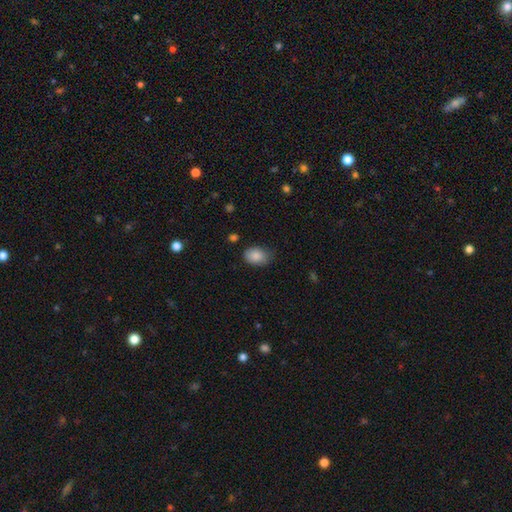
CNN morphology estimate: A smooth galaxy with no disk features (87%) that is in between round and cigar-shaped (80%). Merging: none (68%).